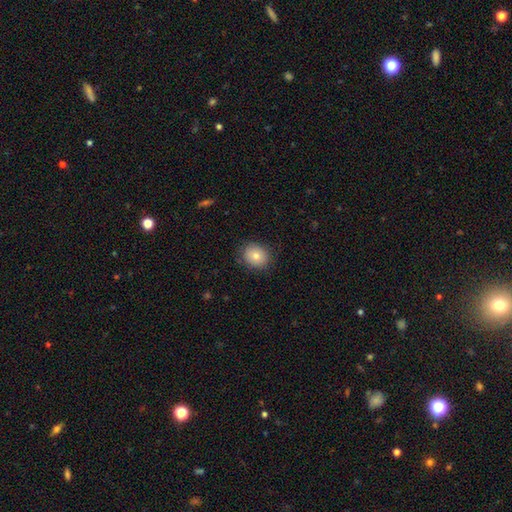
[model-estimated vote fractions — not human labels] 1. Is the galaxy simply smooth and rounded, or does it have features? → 80% smooth, 10% featured or disk, 10% star or artifact.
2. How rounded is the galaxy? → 68% round, 32% in between, 1% cigar-shaped.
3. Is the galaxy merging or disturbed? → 87% none, 10% minor disturbance, 3% major disturbance, 1% merger.